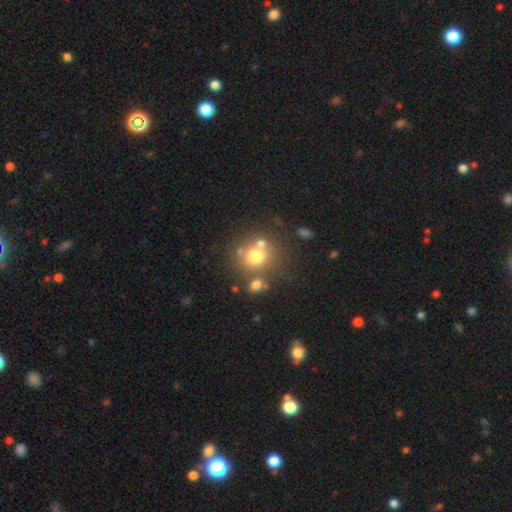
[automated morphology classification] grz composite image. It shows a smooth galaxy with no disk features (69%) that is round (84%). Merging: none (61%).